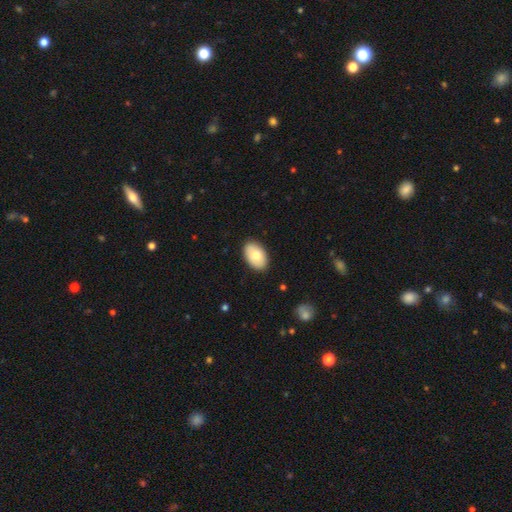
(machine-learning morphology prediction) Q: Smooth or featured?
A: smooth (73%); runner-up: featured or disk (21%)
Q: How rounded?
A: in between (91%); runner-up: round (7%)
Q: Merging?
A: none (88%); runner-up: minor disturbance (9%)